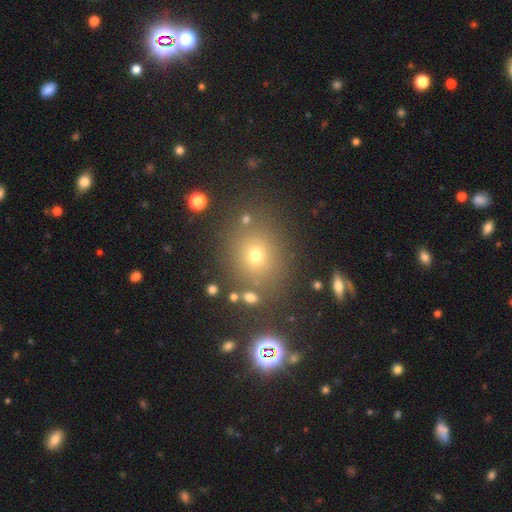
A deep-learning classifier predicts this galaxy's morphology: A smooth galaxy with no disk features (62%) that is round (75%).

Vote fractions:
- Smooth or featured? smooth: 62% / star or artifact: 27% / featured or disk: 11%
- How rounded? round: 75% / in between: 24% / cigar-shaped: 1%
- Merging? none: 82% / minor disturbance: 9% / merger: 5% / major disturbance: 4%